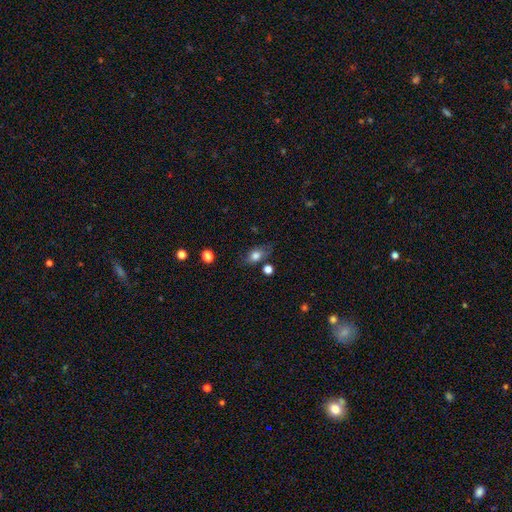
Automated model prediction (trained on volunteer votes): Smooth or featured? smooth (76%)
How rounded? in between (76%)
Merging? none (70%)